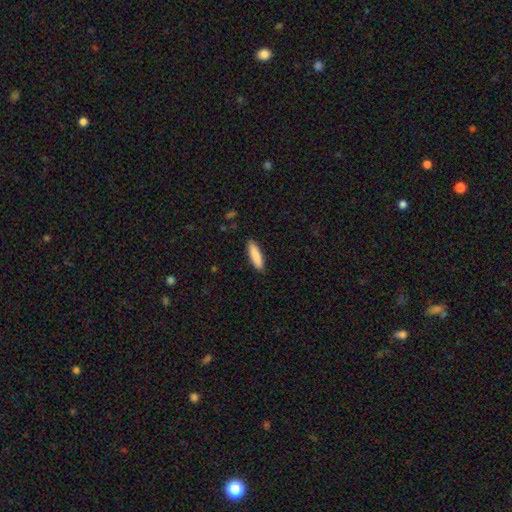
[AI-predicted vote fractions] smooth 88%, featured or disk 7%, star or artifact 5%. Down the decision tree: how rounded — cigar-shaped (66%); merging — none (90%).